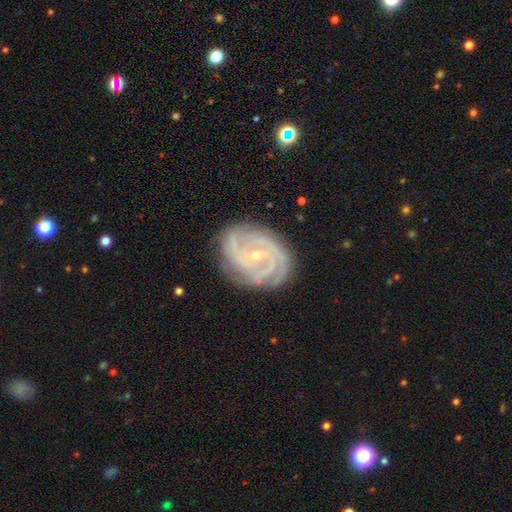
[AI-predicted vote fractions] The model was most divided on "spiral arm count": 3: 24%, 2: 22%, can't tell: 22%, 4: 17%, more than 4: 8%, 1: 7%. More confident: edge-on disk — no (97%); spiral arms — yes (97%); smooth or featured — featured or disk (85%); bulge size — small (82%); merging — none (81%); spiral winding — tight (67%); bar — no (56%).